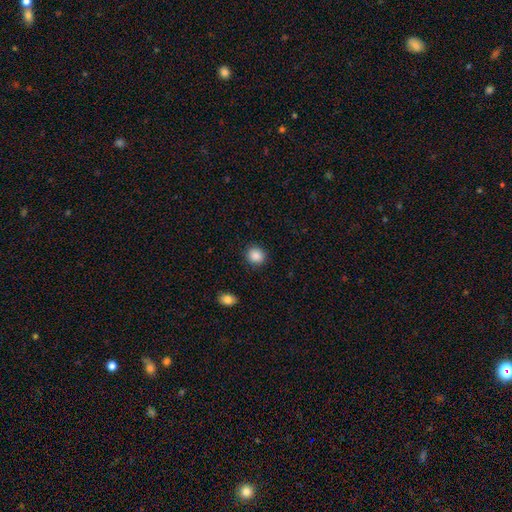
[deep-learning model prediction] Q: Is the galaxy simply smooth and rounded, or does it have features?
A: smooth — 88%.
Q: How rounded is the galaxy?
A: round — 81%.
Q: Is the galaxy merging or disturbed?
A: none — 90%.